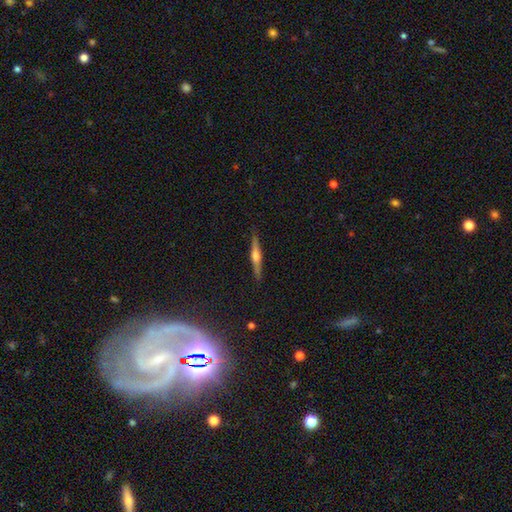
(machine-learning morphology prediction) Smooth or featured? Predicted: featured or disk (p=0.65). Edge-on disk? Predicted: yes (p=0.97). Edge-on bulge? Predicted: rounded (p=0.87). Merging? Predicted: none (p=0.89).